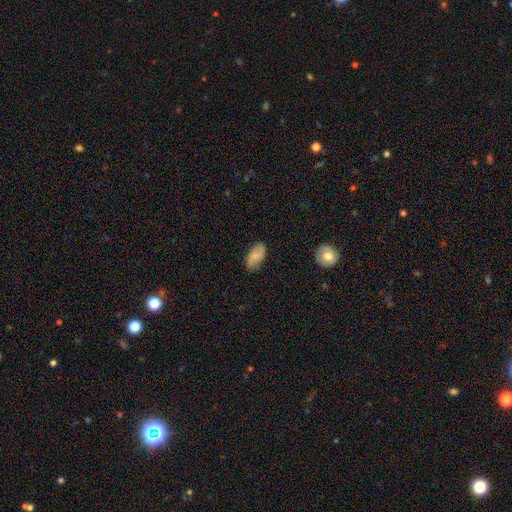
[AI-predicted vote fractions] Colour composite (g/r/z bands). It shows a smooth galaxy with no disk features (68%) that is in between round and cigar-shaped (93%). Merging: none (79%).